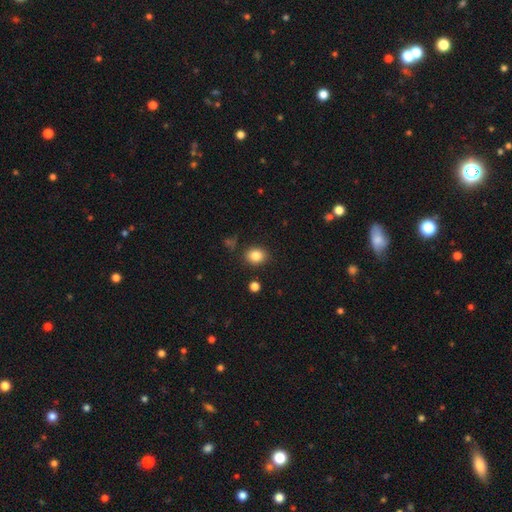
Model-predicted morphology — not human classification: type=smooth (84%); roundness=round (55%); merging=none (86%).